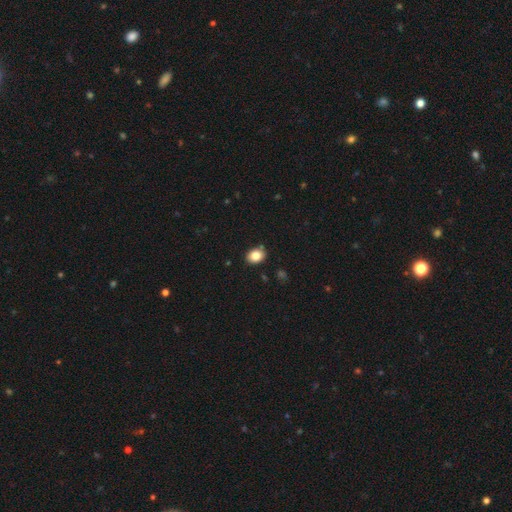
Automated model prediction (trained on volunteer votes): smooth-or-featured: smooth: 85% | star or artifact: 9% | featured or disk: 6%
  how-rounded: in between: 63% | round: 36% | cigar-shaped: 1%
  merging: none: 86% | minor disturbance: 10% | merger: 2% | major disturbance: 2%